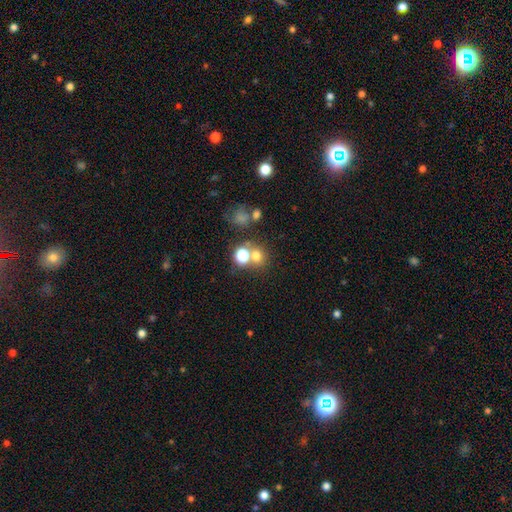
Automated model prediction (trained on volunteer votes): smooth 67%, star or artifact 22%, featured or disk 11%. Down the decision tree: how rounded — round (77%); merging — none (52%).